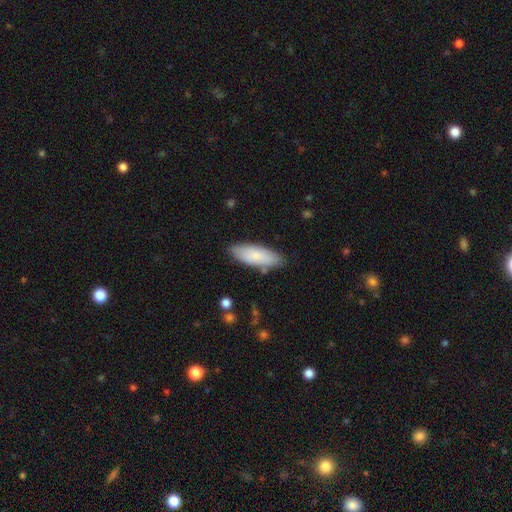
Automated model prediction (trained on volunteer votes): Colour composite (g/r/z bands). It shows a smooth galaxy with no disk features (81%) that is in between round and cigar-shaped (70%). Merging: none (83%).